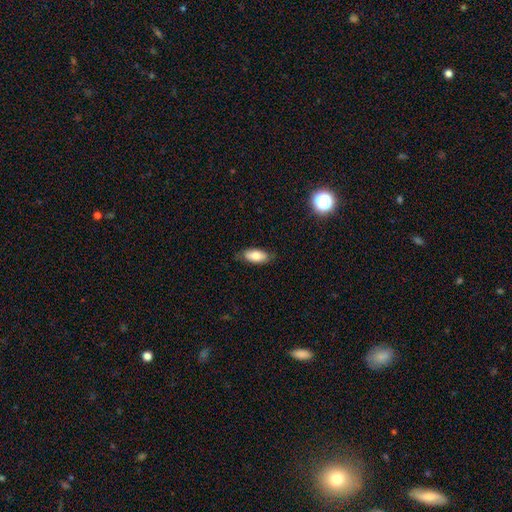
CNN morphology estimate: A smooth galaxy with no disk features (79%) that is in between round and cigar-shaped (87%). Merging: none (79%).